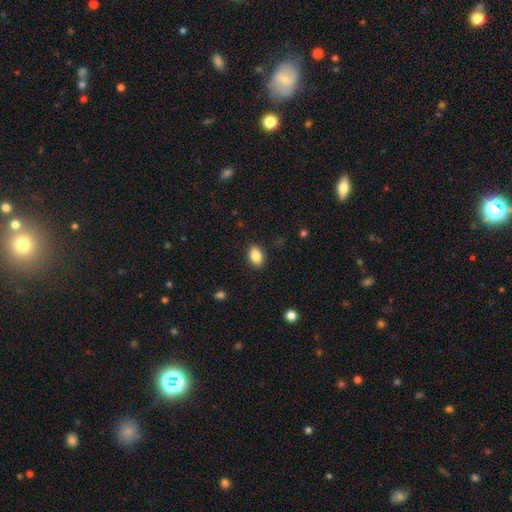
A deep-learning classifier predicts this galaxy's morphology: Smooth or featured? smooth (86%)
How rounded? in between (87%)
Merging? none (88%)